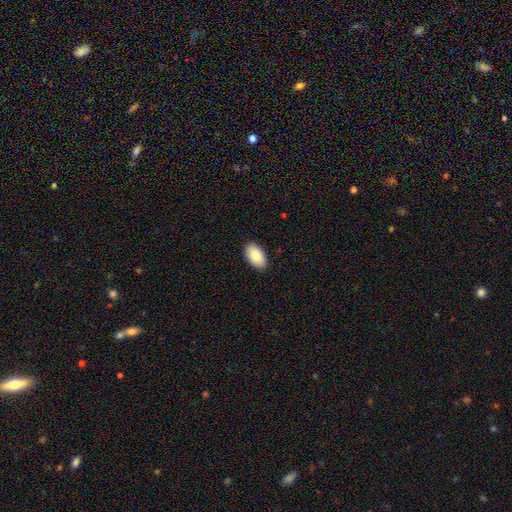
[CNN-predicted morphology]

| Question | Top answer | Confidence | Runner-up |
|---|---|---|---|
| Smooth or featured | smooth | 86% | featured or disk (7%) |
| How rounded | in between | 96% | round (3%) |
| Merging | none | 90% | minor disturbance (8%) |